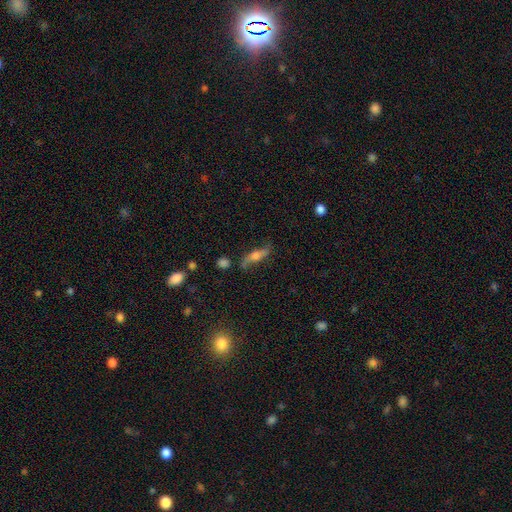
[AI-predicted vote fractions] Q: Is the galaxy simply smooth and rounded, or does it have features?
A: featured or disk — 67%.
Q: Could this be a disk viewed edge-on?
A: no — 53%.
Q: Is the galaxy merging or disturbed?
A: none — 74%.